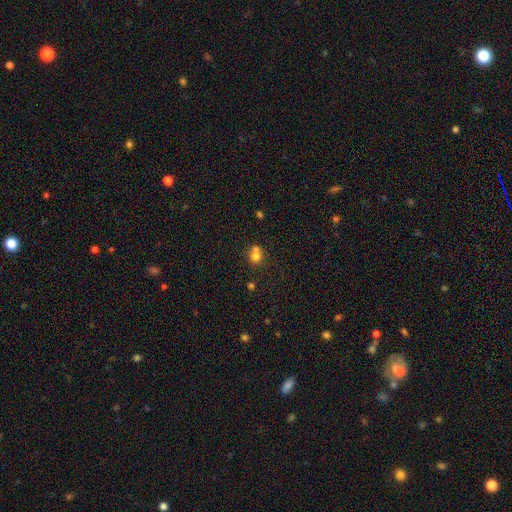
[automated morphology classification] Smooth or featured? smooth (73%)
How rounded? round (78%)
Merging? merger (46%)